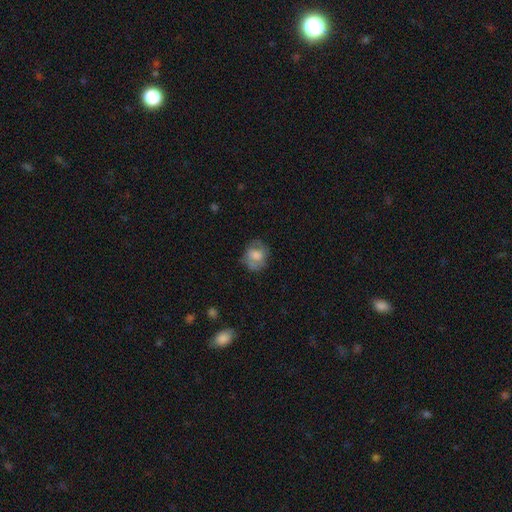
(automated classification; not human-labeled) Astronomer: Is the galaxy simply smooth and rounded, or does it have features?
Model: smooth — 63%.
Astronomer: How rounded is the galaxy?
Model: round — 57% (runner-up: in between, 42%).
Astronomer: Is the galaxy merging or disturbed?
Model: none — 60%.